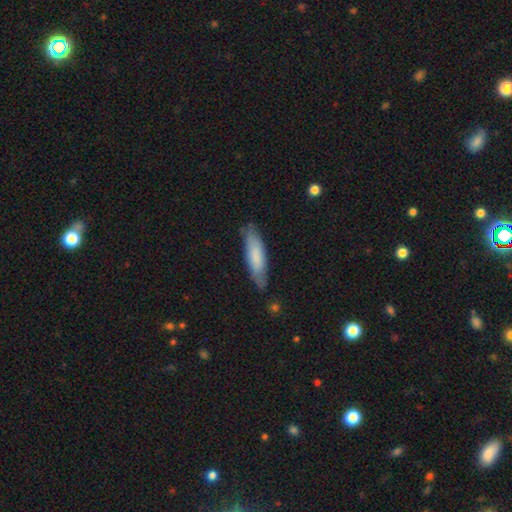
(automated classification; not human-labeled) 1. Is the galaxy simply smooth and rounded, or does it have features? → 72% smooth, 22% featured or disk, 6% star or artifact.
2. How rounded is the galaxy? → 69% cigar-shaped, 30% in between, 1% round.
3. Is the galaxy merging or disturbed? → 78% none, 17% minor disturbance, 3% major disturbance, 1% merger.